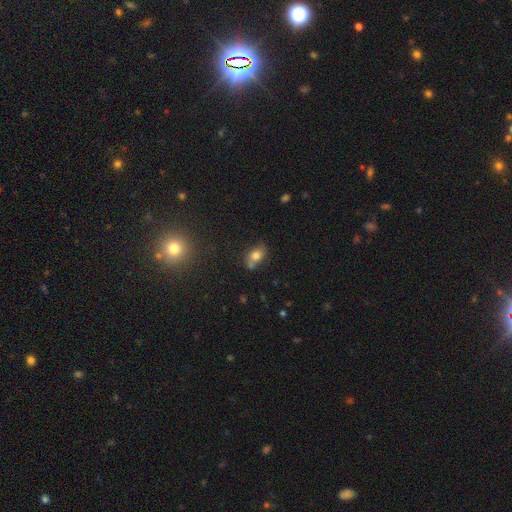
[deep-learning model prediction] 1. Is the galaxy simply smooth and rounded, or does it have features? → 67% smooth, 21% featured or disk, 13% star or artifact.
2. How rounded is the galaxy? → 78% in between, 19% round, 3% cigar-shaped.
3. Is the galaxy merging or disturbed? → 57% none, 22% minor disturbance, 14% merger, 6% major disturbance.